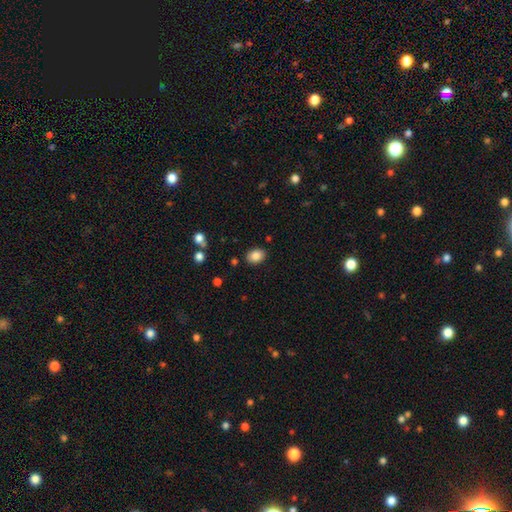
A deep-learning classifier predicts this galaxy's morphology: smooth-or-featured: smooth: 86% | star or artifact: 9% | featured or disk: 5%
  how-rounded: in between: 72% | round: 27% | cigar-shaped: 1%
  merging: none: 86% | minor disturbance: 9% | major disturbance: 3% | merger: 2%